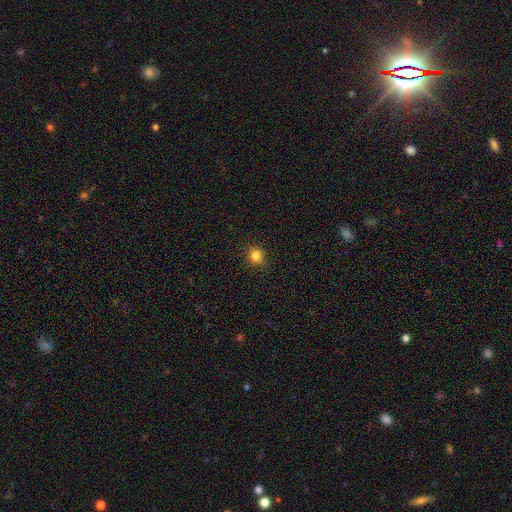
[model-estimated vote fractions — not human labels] Overall: smooth (82%). How rounded: round (86%). Merging: none (88%).